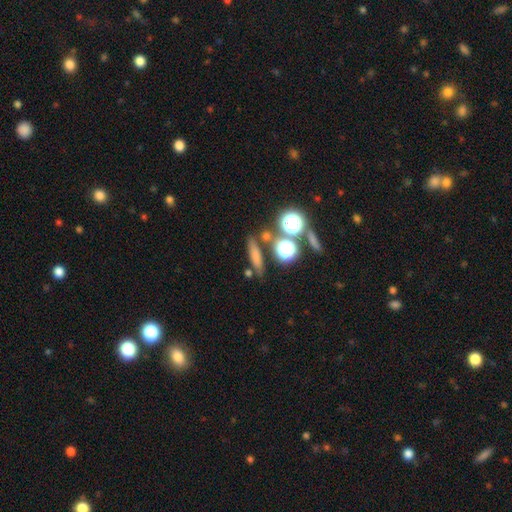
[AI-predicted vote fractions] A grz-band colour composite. It shows a smooth galaxy with no disk features (65%) that is cigar-shaped (59%). Merging: none (74%).